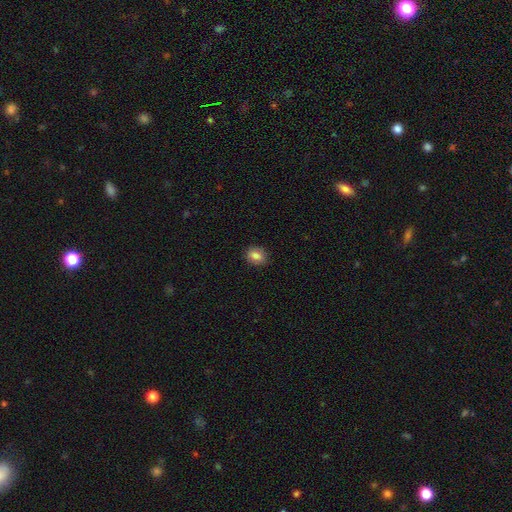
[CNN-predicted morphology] Q: Smooth or featured?
A: smooth (83%); runner-up: star or artifact (9%)
Q: How rounded?
A: round (51%); runner-up: in between (47%)
Q: Merging?
A: none (87%); runner-up: minor disturbance (10%)